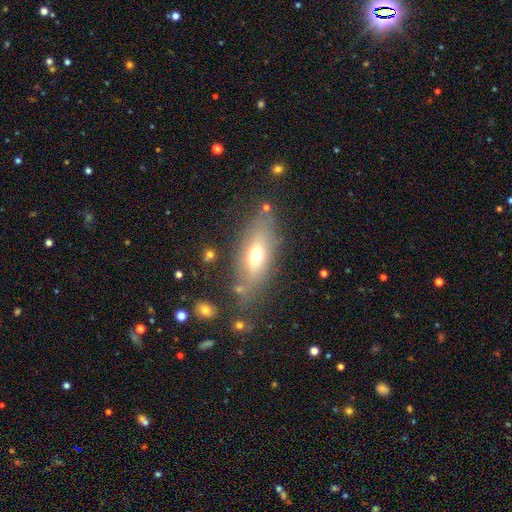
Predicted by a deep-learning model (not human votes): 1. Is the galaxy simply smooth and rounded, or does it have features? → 57% smooth, 33% featured or disk, 10% star or artifact.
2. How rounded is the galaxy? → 68% in between, 26% cigar-shaped, 6% round.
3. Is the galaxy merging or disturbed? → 71% none, 17% minor disturbance, 8% major disturbance, 5% merger.